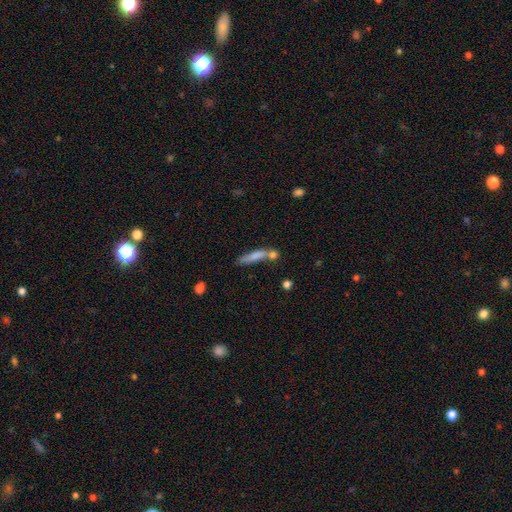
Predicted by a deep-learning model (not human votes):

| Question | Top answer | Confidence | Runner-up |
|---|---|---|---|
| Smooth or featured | smooth | 74% | featured or disk (18%) |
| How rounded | cigar-shaped | 81% | in between (17%) |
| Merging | none | 51% | merger (27%) |